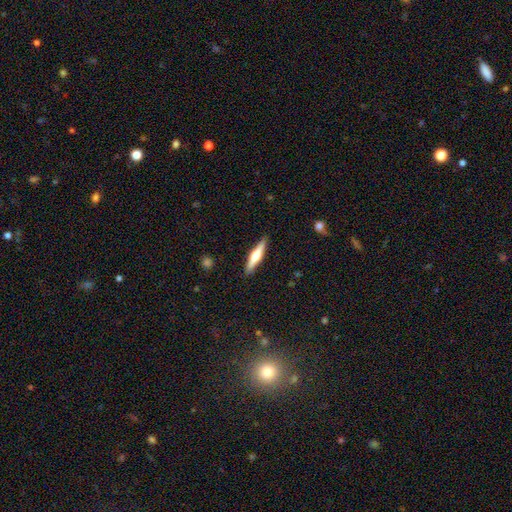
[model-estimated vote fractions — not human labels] The model was most divided on "smooth or featured": featured or disk: 51%, smooth: 43%, star or artifact: 5%. More confident: edge-on disk — yes (96%); merging — none (90%).